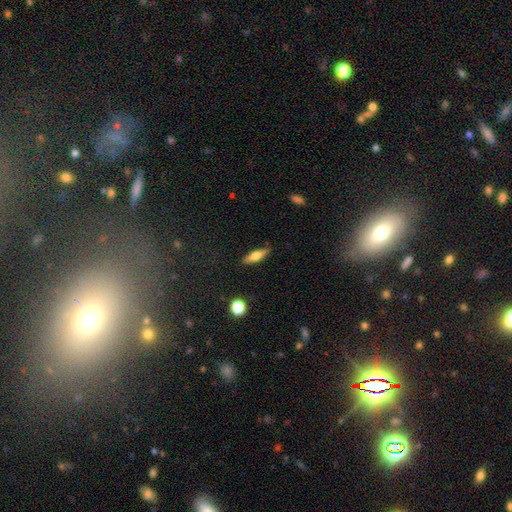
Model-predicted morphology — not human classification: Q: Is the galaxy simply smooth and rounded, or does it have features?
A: smooth — 53%.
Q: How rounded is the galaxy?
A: cigar-shaped — 59%.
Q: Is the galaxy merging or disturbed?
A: none — 87%.